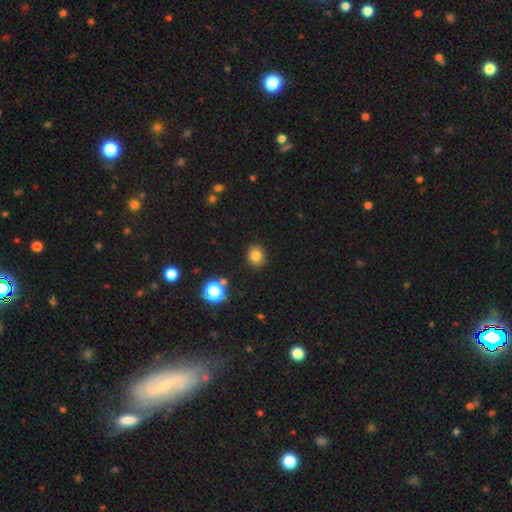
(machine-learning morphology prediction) This appears to be a smooth galaxy with no disk features (81%) that is round (67%). Merging: none (87%).